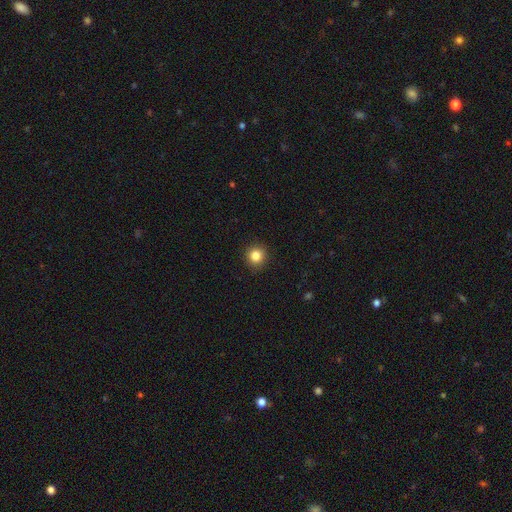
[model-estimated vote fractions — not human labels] smooth 85%, star or artifact 11%, featured or disk 5%. Down the decision tree: how rounded — round (92%); merging — none (91%).